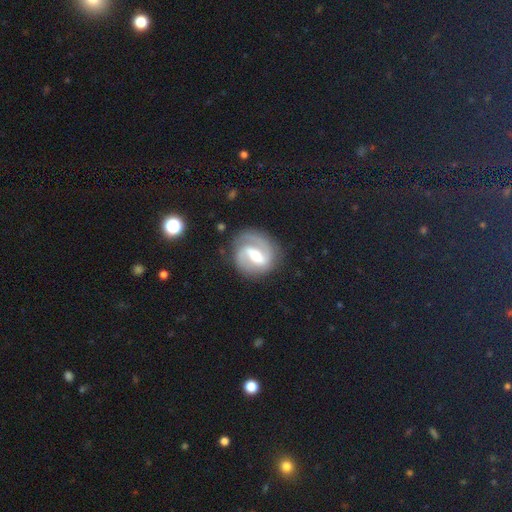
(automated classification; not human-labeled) Smooth or featured? Predicted: featured or disk (p=0.85). Edge-on disk? Predicted: no (p=0.97). Bar? Predicted: strong (p=0.47). Spiral arms? Predicted: yes (p=0.95). Spiral winding? Predicted: medium (p=0.49). Spiral arm count? Predicted: 2 (p=0.83). Bulge size? Predicted: moderate (p=0.59). Merging? Predicted: none (p=0.78).